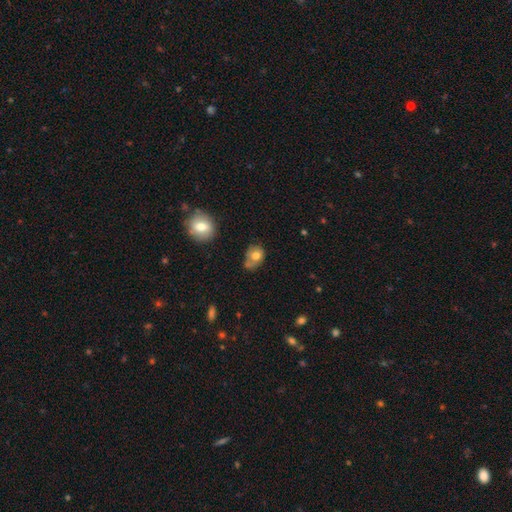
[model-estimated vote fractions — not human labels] A smooth galaxy with no disk features (71%) that is in between round and cigar-shaped (51%).

Vote fractions:
- Smooth or featured? smooth: 71% / featured or disk: 20% / star or artifact: 9%
- How rounded? in between: 51% / round: 48% / cigar-shaped: 1%
- Merging? none: 40% / minor disturbance: 30% / merger: 16% / major disturbance: 14%